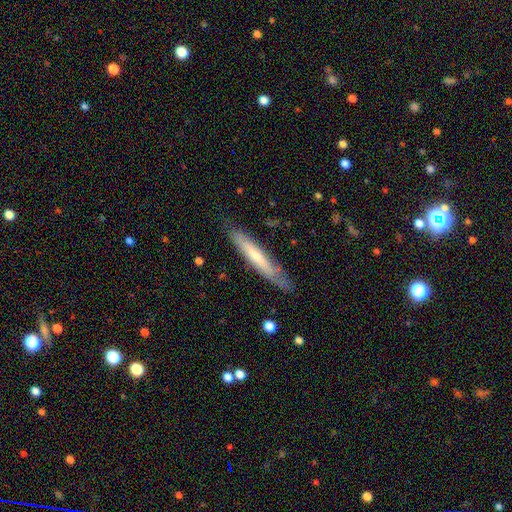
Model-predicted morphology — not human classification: This appears to be a smooth galaxy with no disk features (51%) that is cigar-shaped (91%). Merging: none (76%).